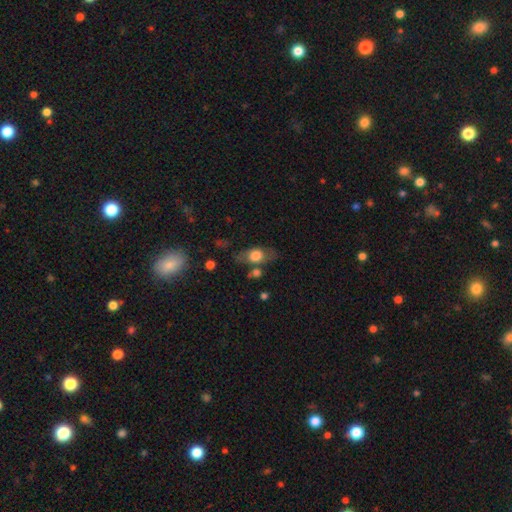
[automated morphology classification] This appears to be a smooth galaxy with no disk features (64%) that is in between round and cigar-shaped (72%). Merging: none (65%).